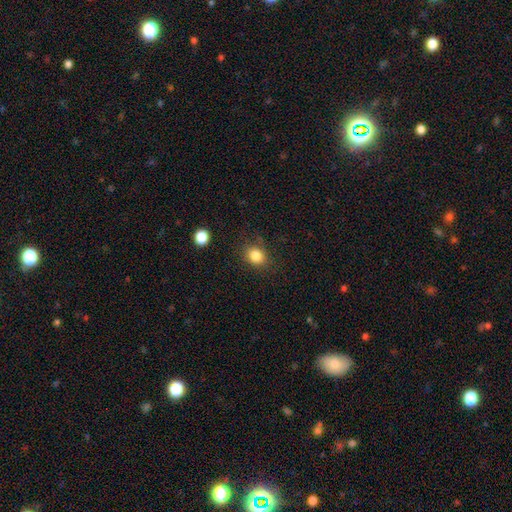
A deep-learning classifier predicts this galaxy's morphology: Q: Smooth or featured?
A: smooth (83%); runner-up: star or artifact (11%)
Q: How rounded?
A: round (64%); runner-up: in between (35%)
Q: Merging?
A: none (81%); runner-up: minor disturbance (13%)